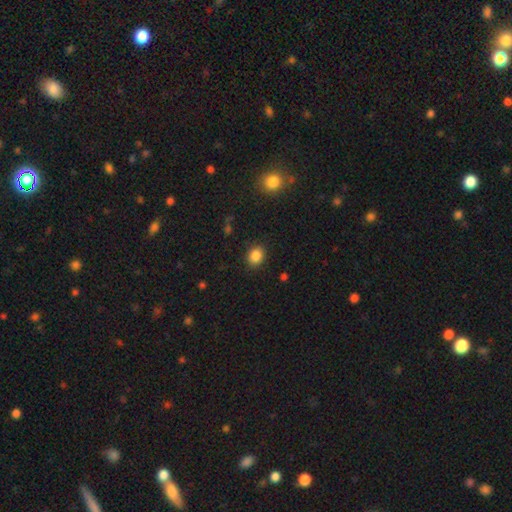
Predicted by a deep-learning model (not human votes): smooth_or_featured: smooth (p=0.86) [alt: star or artifact p=0.10]
how_rounded: round (p=0.56) [alt: in between p=0.43]
merging: none (p=0.88) [alt: minor disturbance p=0.08]